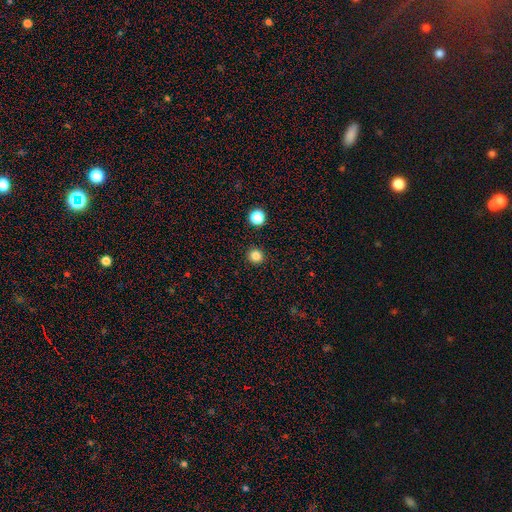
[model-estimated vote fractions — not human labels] The model was most divided on "smooth or featured": smooth: 83%, star or artifact: 13%, featured or disk: 4%. More confident: how rounded — round (94%); merging — none (93%).